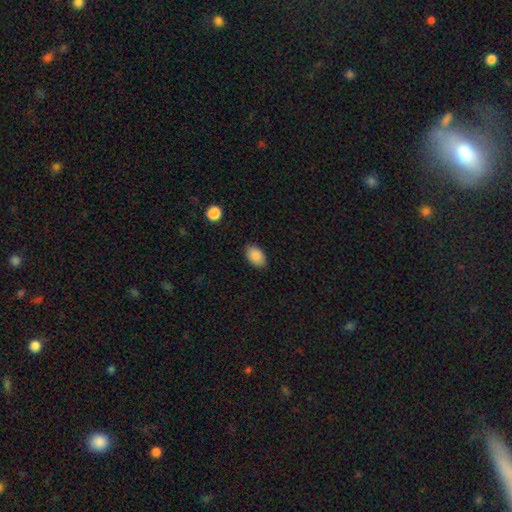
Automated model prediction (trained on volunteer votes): Smooth or featured? smooth (89%)
How rounded? in between (89%)
Merging? none (87%)